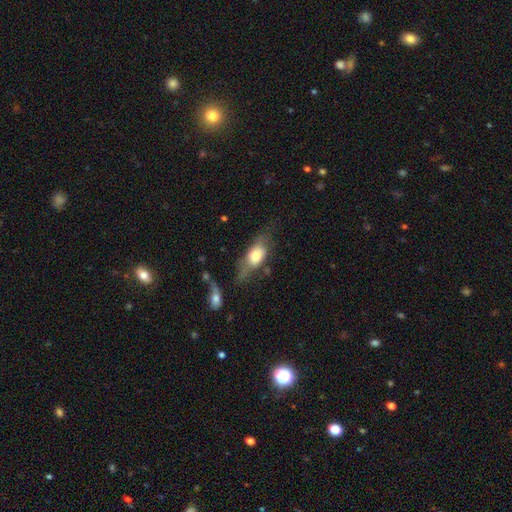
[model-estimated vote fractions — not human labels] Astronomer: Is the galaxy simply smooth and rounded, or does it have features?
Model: smooth — 65%.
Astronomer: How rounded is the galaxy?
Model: in between — 79%.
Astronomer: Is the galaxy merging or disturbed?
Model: none — 42% (runner-up: minor disturbance, 28%).